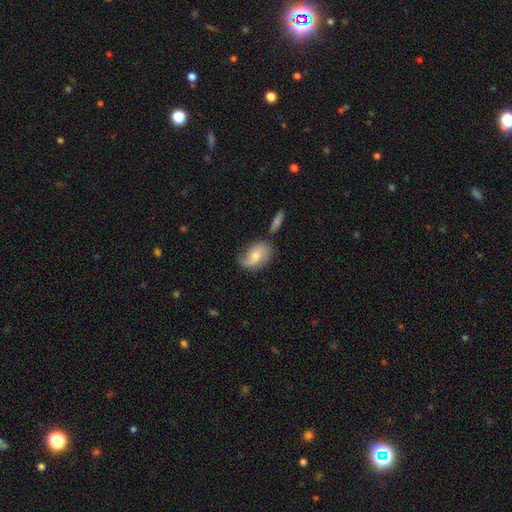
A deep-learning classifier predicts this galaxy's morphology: Overall: smooth (51%; featured or disk 42%). How rounded: in between (83%). Merging: none (60%; minor disturbance 24%).